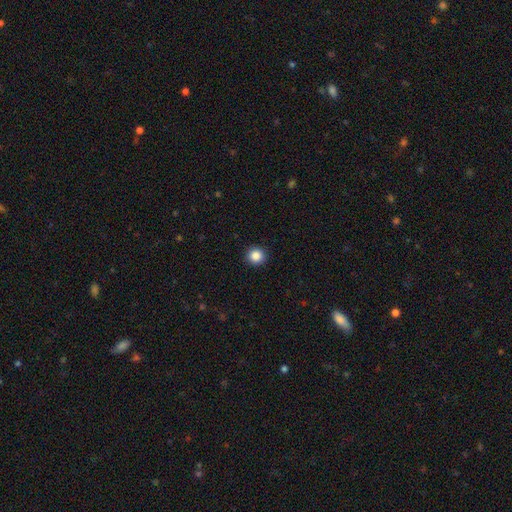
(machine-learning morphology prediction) smooth 86%, star or artifact 10%, featured or disk 4%. Down the decision tree: how rounded — round (94%); merging — none (93%).